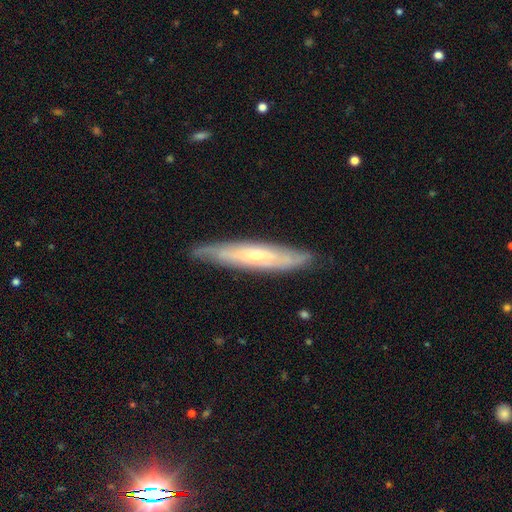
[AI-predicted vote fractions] Smooth or featured? featured or disk (67%)
Edge-on disk? yes (60%)
Merging? none (83%)